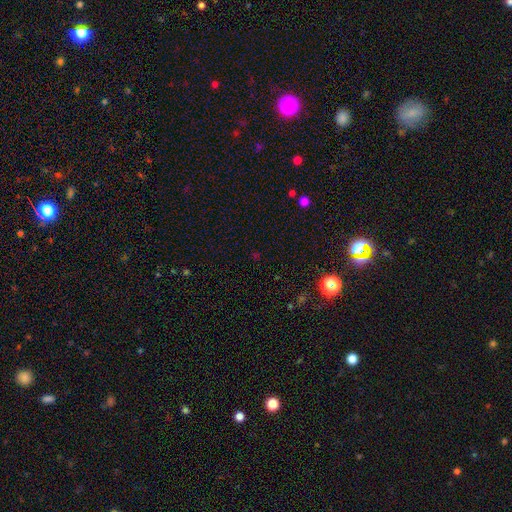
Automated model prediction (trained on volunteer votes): Smooth or featured? Predicted: star or artifact (p=0.66).